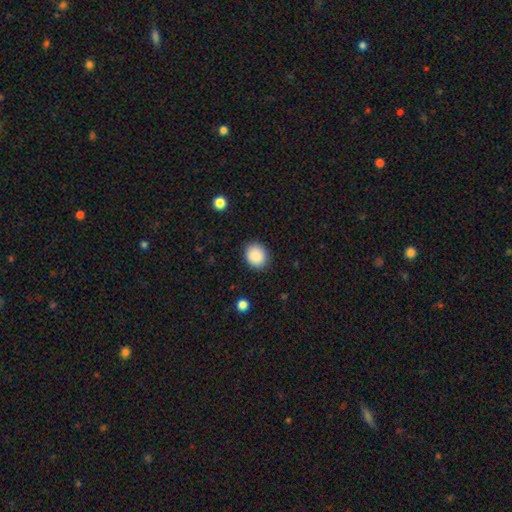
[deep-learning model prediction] Smooth or featured?
  - smooth: 89% *
  - star or artifact: 8%
  - featured or disk: 3%
How rounded?
  - round: 61% *
  - in between: 39%
  - cigar-shaped: 1%
Merging?
  - none: 88% *
  - minor disturbance: 9%
  - major disturbance: 3%
  - merger: 1%